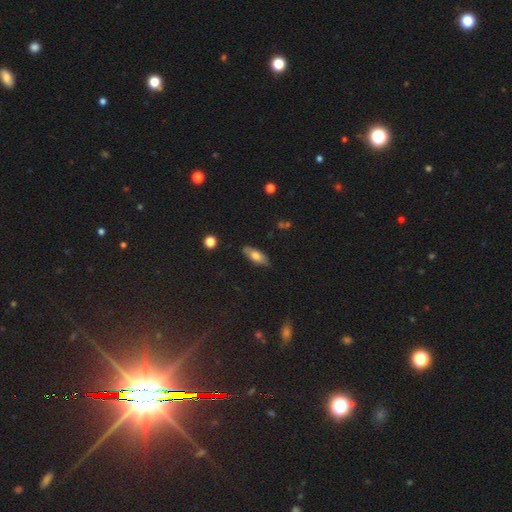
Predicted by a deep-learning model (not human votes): This appears to be a smooth galaxy with no disk features (67%) that is in between round and cigar-shaped (72%). Merging: none (82%).